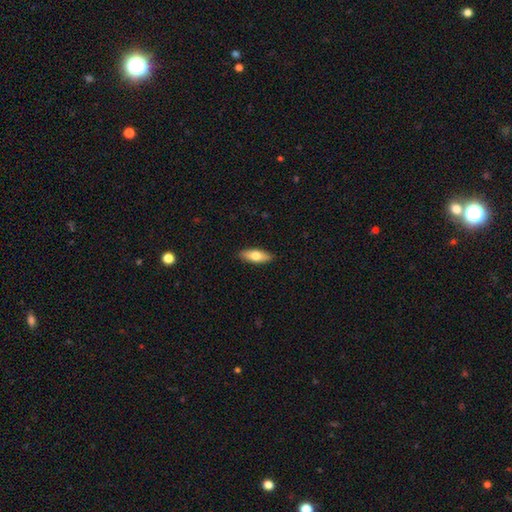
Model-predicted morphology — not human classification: Q: Smooth or featured?
A: smooth (69%); runner-up: featured or disk (25%)
Q: How rounded?
A: in between (66%); runner-up: cigar-shaped (32%)
Q: Merging?
A: none (90%); runner-up: minor disturbance (8%)